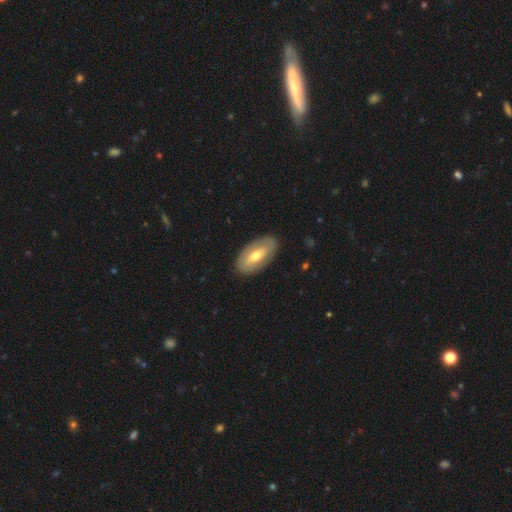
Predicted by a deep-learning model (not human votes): Morphology: type=featured or disk (49%); merging=none (86%).